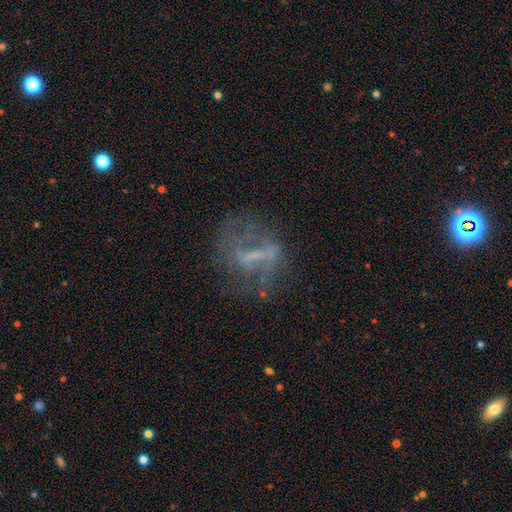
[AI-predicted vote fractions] A featured or disk galaxy (61%) with a strong bar (40%), no spiral arms (67%) and no central bulge (49%). Merging: none (52%).